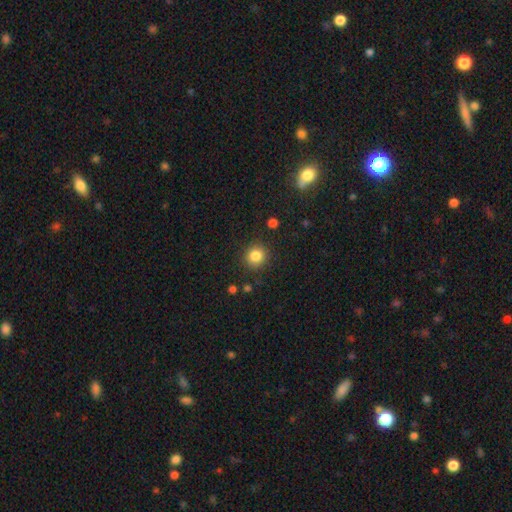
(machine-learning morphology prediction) Overall: smooth (85%). How rounded: round (90%). Merging: none (88%).